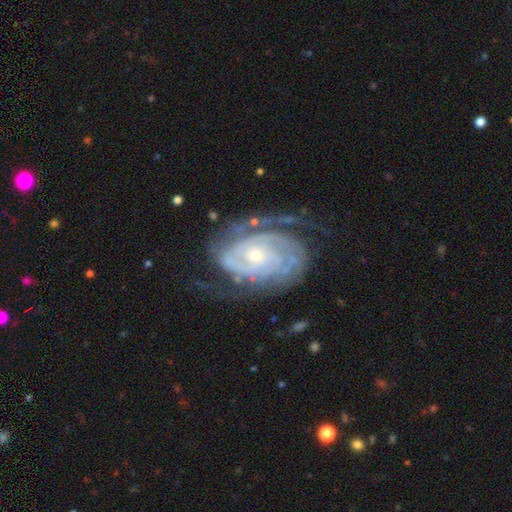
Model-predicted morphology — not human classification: Overall: featured or disk (90%). Edge-on disk: no (97%). Bar: no (71%). Spiral arms: yes (97%). Spiral arm count: 2 (43%; can't tell 22%). Spiral winding: tight (72%). Bulge size: small (73%). Merging: none (63%).